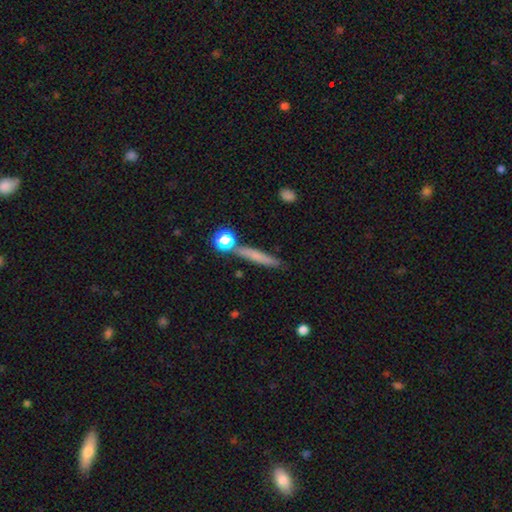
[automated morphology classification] Smooth or featured? smooth (63%)
How rounded? cigar-shaped (88%)
Merging? none (79%)